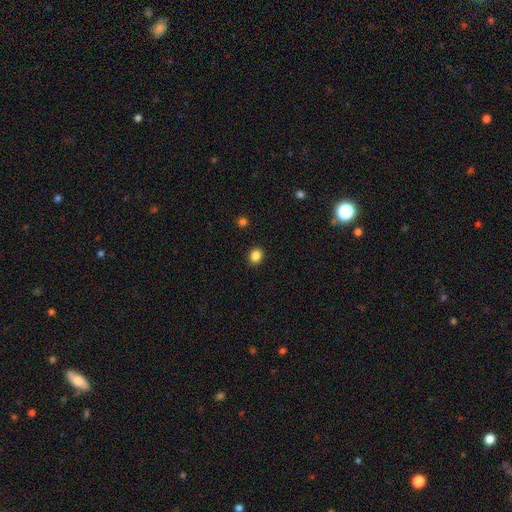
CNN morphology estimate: smooth_or_featured: smooth (p=0.86) [alt: star or artifact p=0.11]
how_rounded: round (p=0.64) [alt: in between p=0.35]
merging: none (p=0.91) [alt: minor disturbance p=0.06]